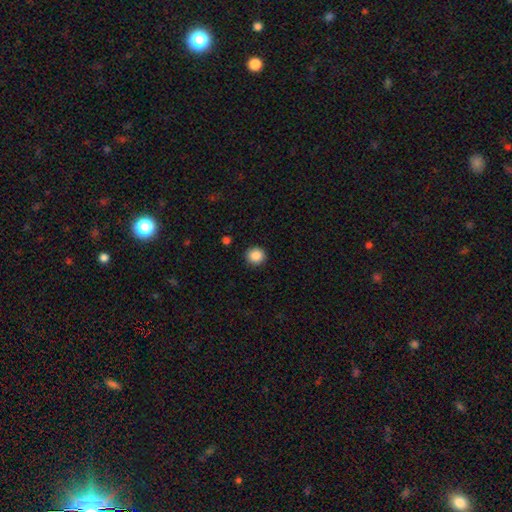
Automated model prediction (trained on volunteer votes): The model was most divided on "smooth or featured": smooth: 88%, star or artifact: 9%, featured or disk: 3%. More confident: how rounded — round (92%); merging — none (92%).